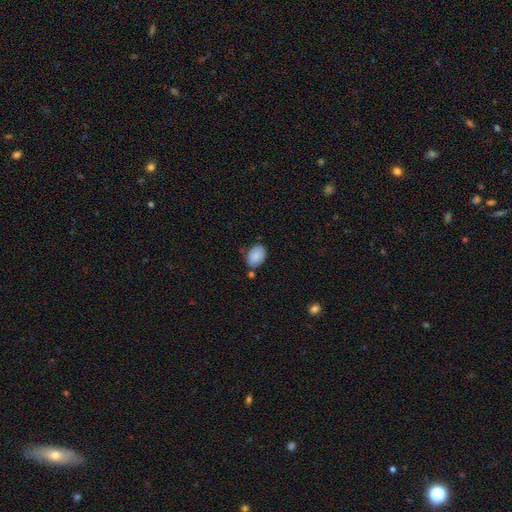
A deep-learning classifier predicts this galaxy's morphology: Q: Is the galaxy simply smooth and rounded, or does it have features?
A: smooth — 88%.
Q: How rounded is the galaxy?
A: in between — 83%.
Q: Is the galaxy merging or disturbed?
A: none — 73%.